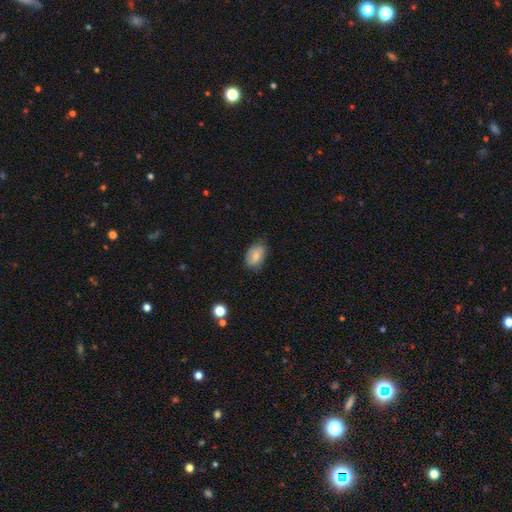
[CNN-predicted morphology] A smooth galaxy with no disk features (78%) that is in between round and cigar-shaped (88%). Merging: none (72%).